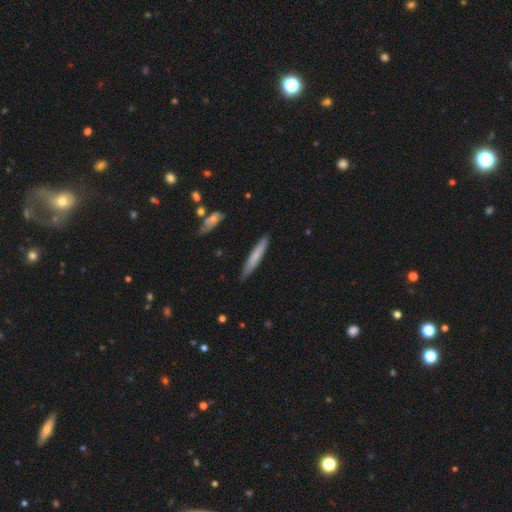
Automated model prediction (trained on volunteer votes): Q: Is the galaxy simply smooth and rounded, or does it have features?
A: smooth — 70%.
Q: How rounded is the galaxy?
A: cigar-shaped — 94%.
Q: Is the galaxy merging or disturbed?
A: none — 87%.